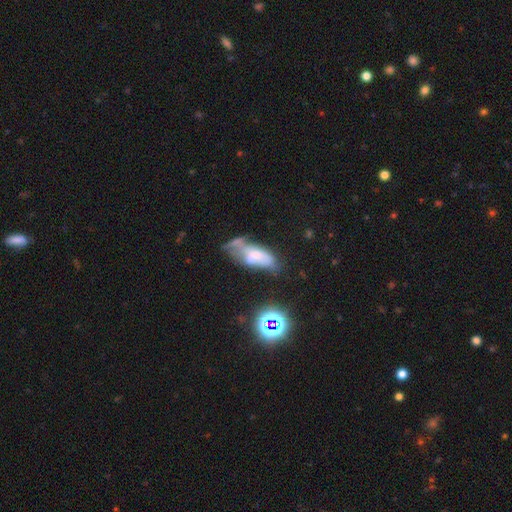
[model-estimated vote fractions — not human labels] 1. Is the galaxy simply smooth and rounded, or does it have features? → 49% smooth, 38% featured or disk, 14% star or artifact.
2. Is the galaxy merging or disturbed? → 31% major disturbance, 26% merger, 23% minor disturbance, 21% none.